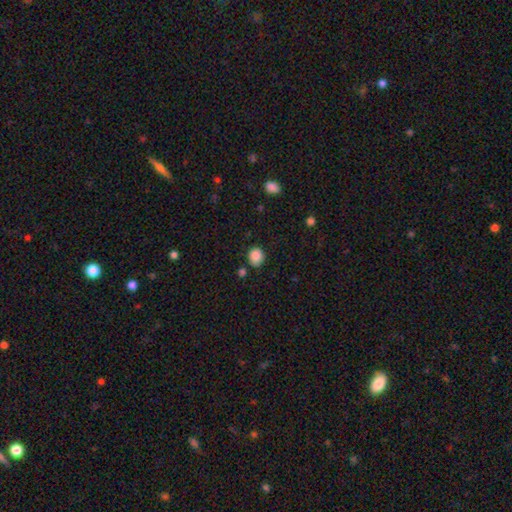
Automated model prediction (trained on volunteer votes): This appears to be a smooth galaxy with no disk features (87%) that is round (77%). Merging: none (76%).